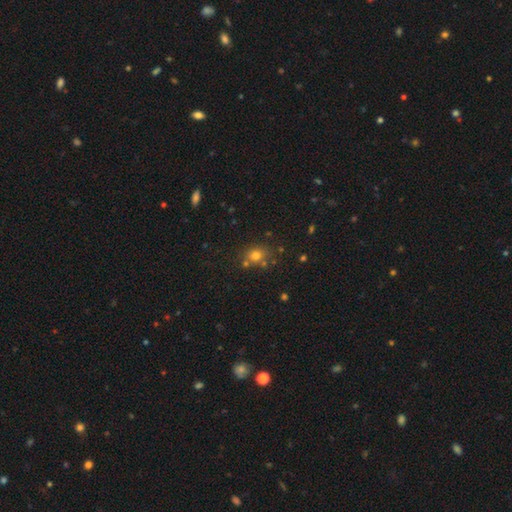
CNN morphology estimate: smooth-or-featured: smooth: 71% | star or artifact: 19% | featured or disk: 10%
  how-rounded: round: 69% | in between: 30% | cigar-shaped: 1%
  merging: none: 68% | merger: 15% | minor disturbance: 13% | major disturbance: 5%